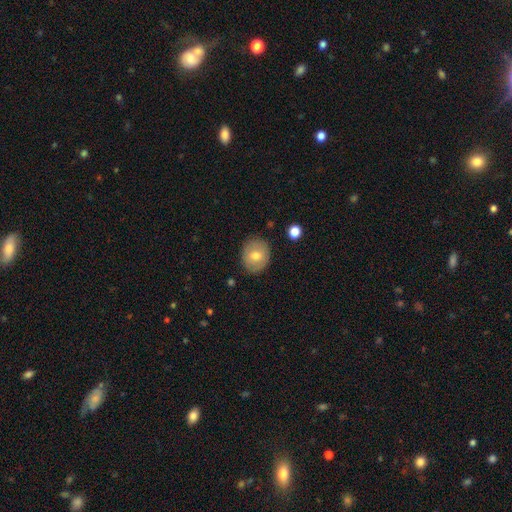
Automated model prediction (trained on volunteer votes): Smooth or featured: smooth — 68% (featured or disk — 24%)
How rounded: round — 65% (in between — 34%)
Merging: none — 83% (minor disturbance — 13%)